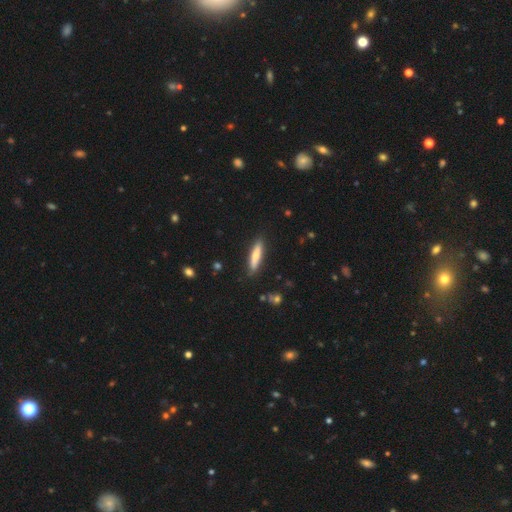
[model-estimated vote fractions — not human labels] Q: Smooth or featured?
A: smooth (66%); runner-up: featured or disk (28%)
Q: How rounded?
A: cigar-shaped (84%); runner-up: in between (15%)
Q: Merging?
A: none (87%); runner-up: minor disturbance (10%)